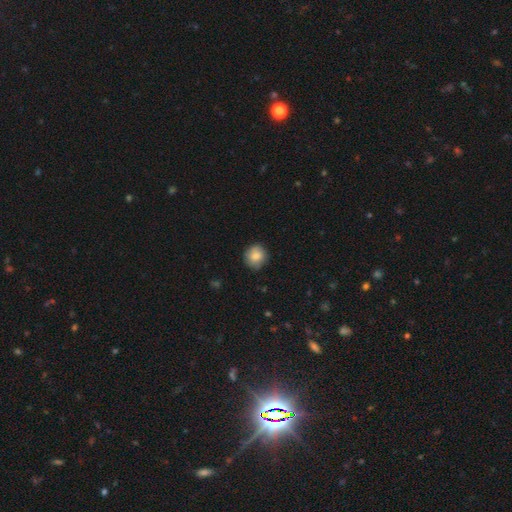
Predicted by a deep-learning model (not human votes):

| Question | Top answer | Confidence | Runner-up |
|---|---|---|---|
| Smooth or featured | smooth | 83% | featured or disk (10%) |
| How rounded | round | 87% | in between (12%) |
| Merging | none | 83% | minor disturbance (14%) |